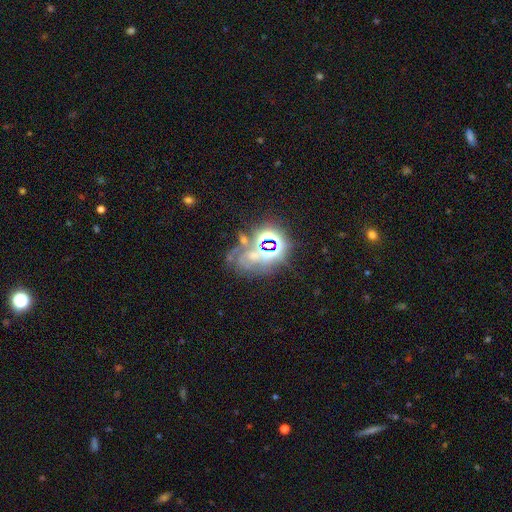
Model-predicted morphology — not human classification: Q: Smooth or featured?
A: star or artifact (50%); runner-up: featured or disk (29%)